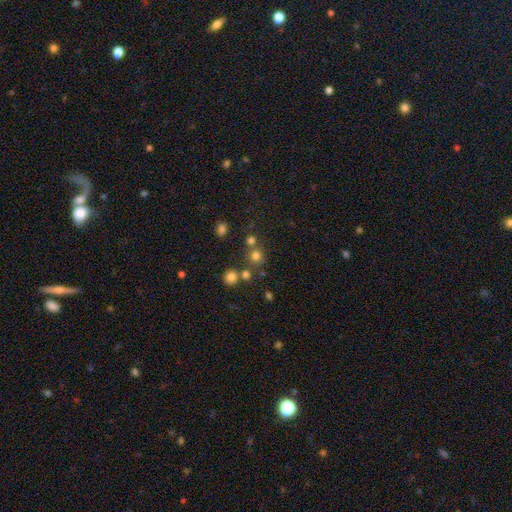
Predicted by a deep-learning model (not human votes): The model was most divided on "merging": none: 68%, merger: 20%, minor disturbance: 9%, major disturbance: 4%. More confident: how rounded — round (88%); smooth or featured — smooth (72%).